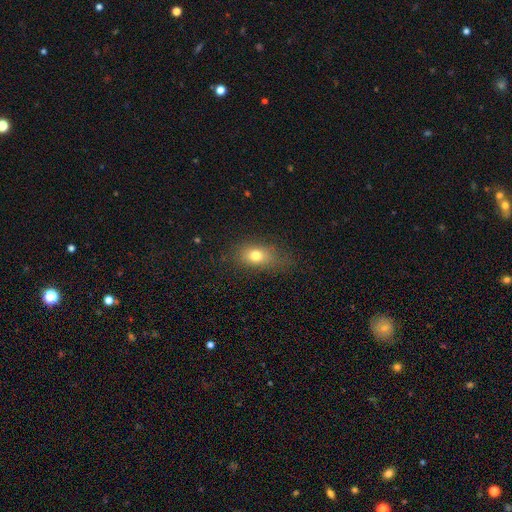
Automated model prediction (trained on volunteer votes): Smooth or featured? smooth (75%)
How rounded? in between (73%)
Merging? none (69%)